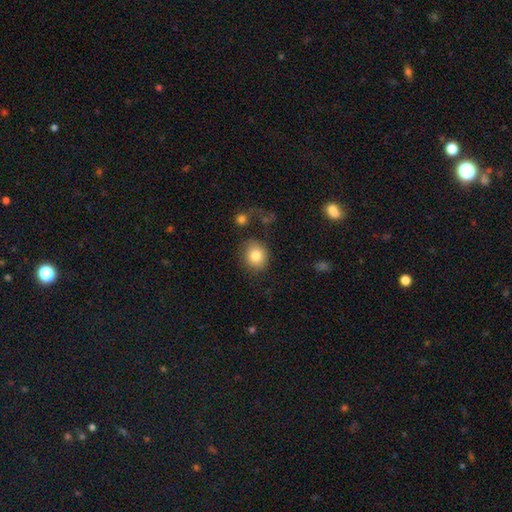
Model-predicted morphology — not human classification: Smooth or featured? smooth (83%)
How rounded? round (74%)
Merging? none (79%)